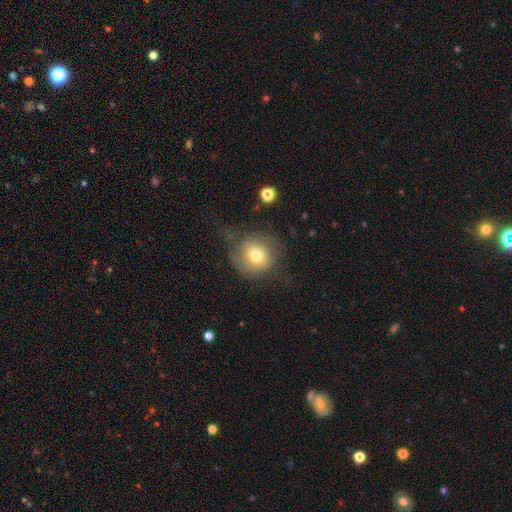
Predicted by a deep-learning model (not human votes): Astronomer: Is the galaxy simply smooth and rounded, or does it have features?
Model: smooth — 65%.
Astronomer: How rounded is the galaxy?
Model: round — 84%.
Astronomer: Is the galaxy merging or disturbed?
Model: none — 49% (runner-up: major disturbance, 26%).